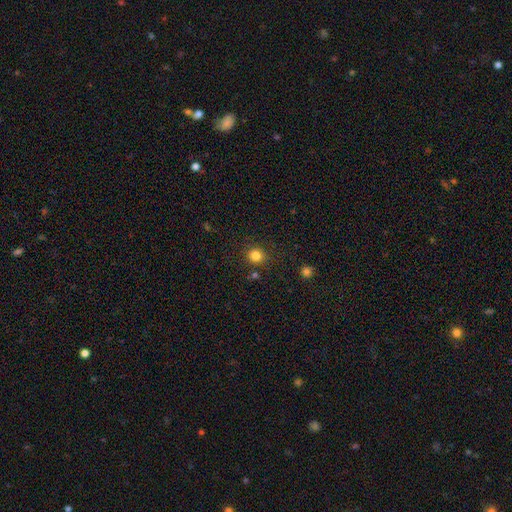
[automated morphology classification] Q: Smooth or featured?
A: smooth (83%); runner-up: star or artifact (12%)
Q: How rounded?
A: round (89%); runner-up: in between (10%)
Q: Merging?
A: none (86%); runner-up: minor disturbance (8%)